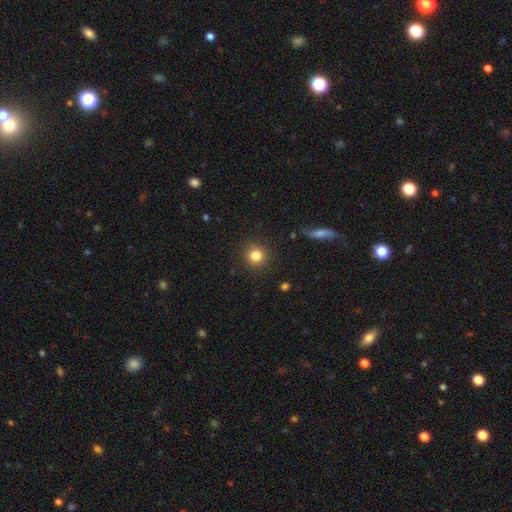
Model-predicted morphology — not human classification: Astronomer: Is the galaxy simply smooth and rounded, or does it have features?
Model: smooth — 82%.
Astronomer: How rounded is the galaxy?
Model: round — 92%.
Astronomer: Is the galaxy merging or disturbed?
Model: none — 89%.